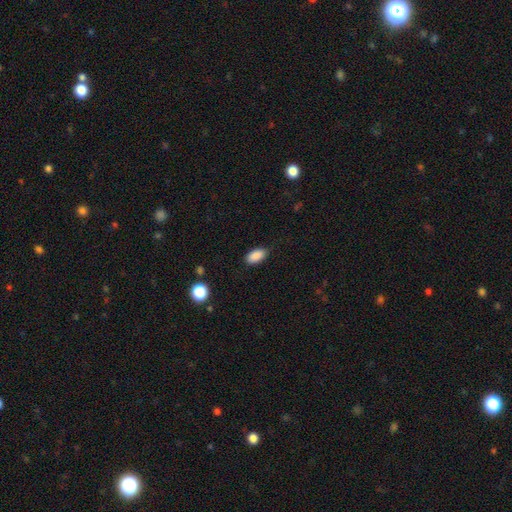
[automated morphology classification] The model was most divided on "merging": none: 85%, minor disturbance: 11%, major disturbance: 3%, merger: 1%. More confident: how rounded — in between (93%); smooth or featured — smooth (89%).